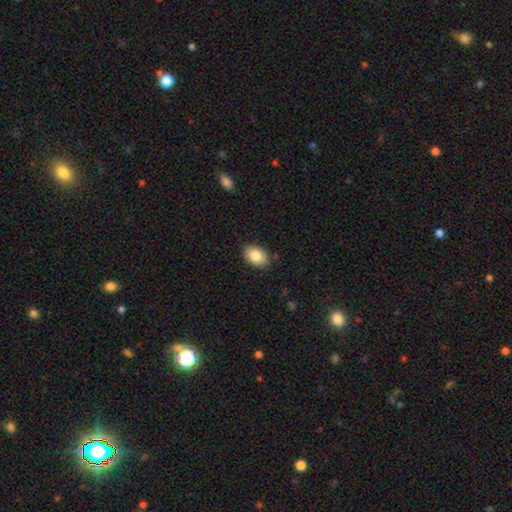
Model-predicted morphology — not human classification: The model was most divided on "how rounded": in between: 81%, round: 18%, cigar-shaped: 1%. More confident: merging — none (86%); smooth or featured — smooth (84%).